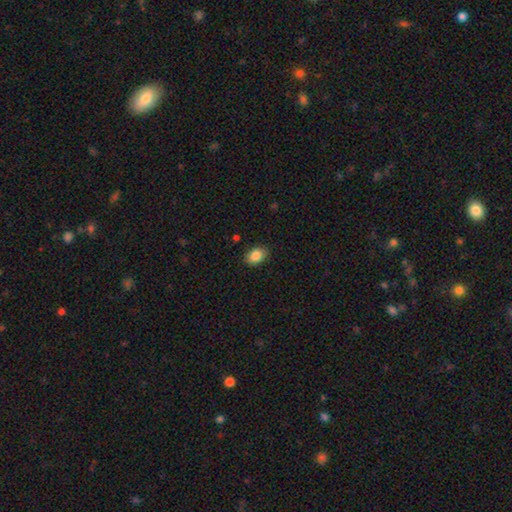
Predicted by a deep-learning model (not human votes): smooth-or-featured: smooth: 87% | star or artifact: 8% | featured or disk: 5%
  how-rounded: in between: 81% | round: 18% | cigar-shaped: 1%
  merging: none: 87% | minor disturbance: 9% | major disturbance: 2% | merger: 1%